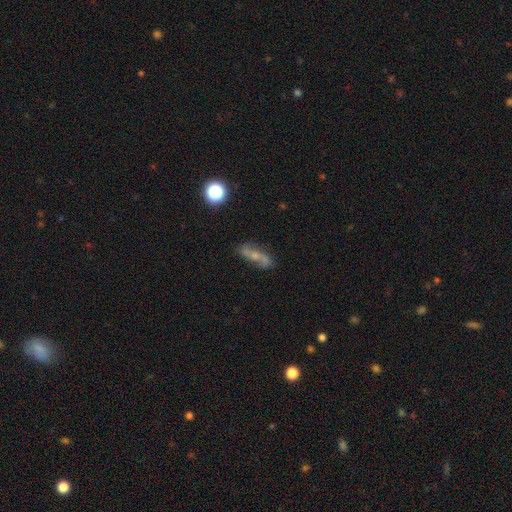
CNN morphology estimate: featured or disk 64%, smooth 24%, star or artifact 12%. Down the decision tree: edge-on disk — no (85%); bar — no (56%); spiral arms — yes (86%); bulge size — small (52%); merging — none (72%).